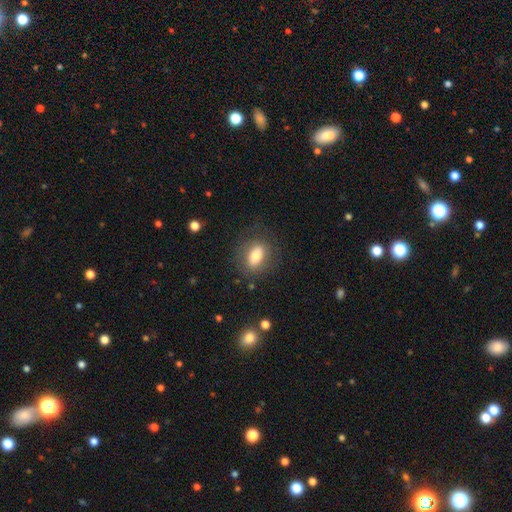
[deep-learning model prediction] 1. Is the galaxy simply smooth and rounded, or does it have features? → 72% smooth, 20% featured or disk, 8% star or artifact.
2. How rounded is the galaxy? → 79% in between, 17% round, 3% cigar-shaped.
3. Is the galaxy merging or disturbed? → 77% none, 14% minor disturbance, 7% major disturbance, 2% merger.